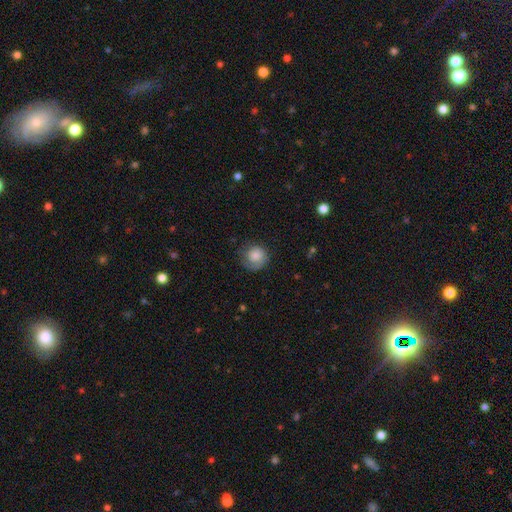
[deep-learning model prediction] smooth 79%, featured or disk 14%, star or artifact 7%. Down the decision tree: how rounded — round (88%); merging — none (65%).